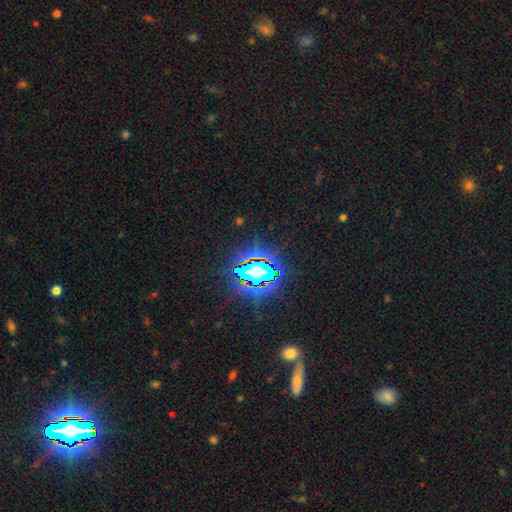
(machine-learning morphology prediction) Smooth or featured: star or artifact — 81% (smooth — 11%)